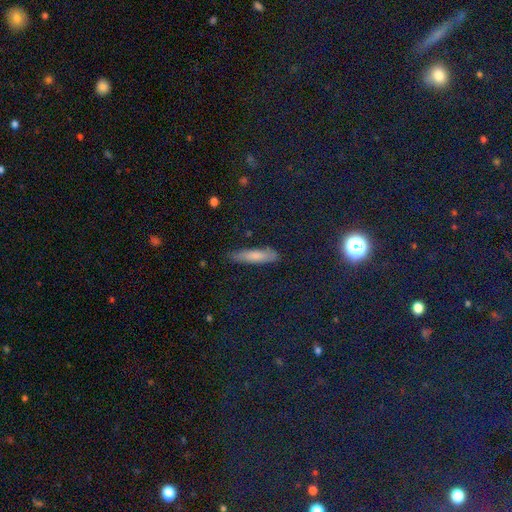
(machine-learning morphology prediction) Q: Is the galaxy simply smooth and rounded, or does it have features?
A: smooth — 67%.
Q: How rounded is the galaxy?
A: cigar-shaped — 77%.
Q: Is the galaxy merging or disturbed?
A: none — 80%.